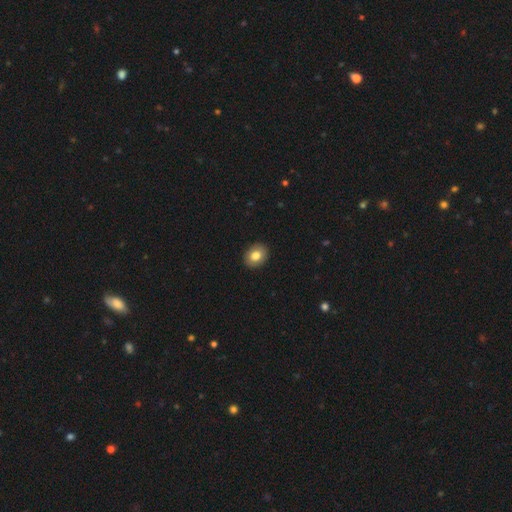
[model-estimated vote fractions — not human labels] Morphology: type=smooth (81%); roundness=in between (55%); merging=none (91%).